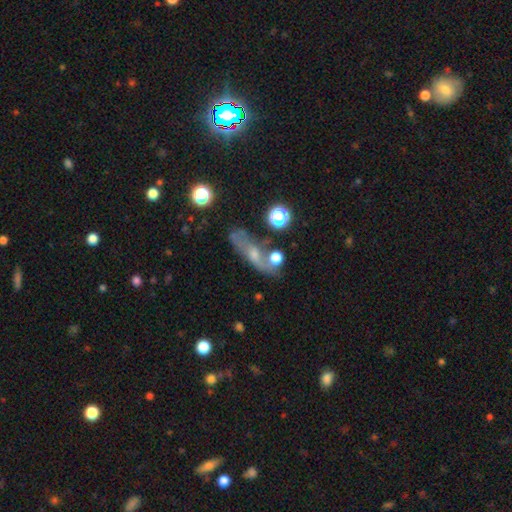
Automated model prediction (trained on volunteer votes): smooth-or-featured: featured or disk: 46% | smooth: 38% | star or artifact: 17%
  merging: none: 53% | minor disturbance: 21% | major disturbance: 14% | merger: 13%